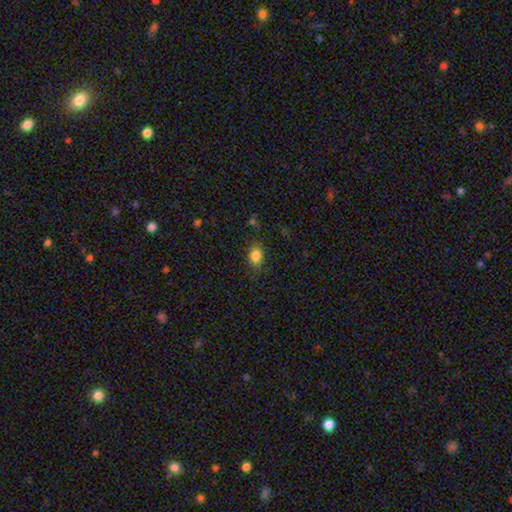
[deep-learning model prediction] A smooth galaxy with no disk features (84%) that is in between round and cigar-shaped (62%). Merging: none (80%).